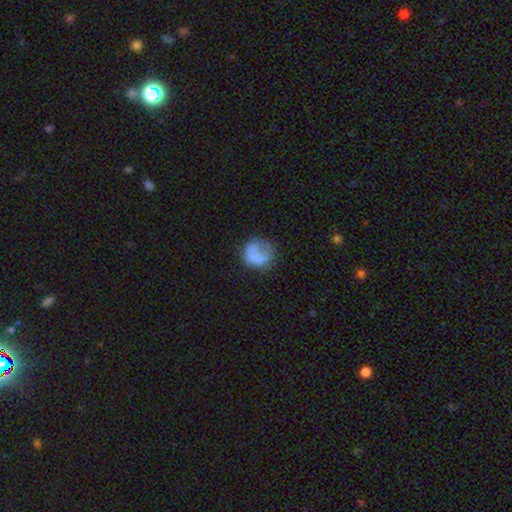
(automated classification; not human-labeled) smooth_or_featured: smooth (p=0.70) [alt: featured or disk p=0.21]
how_rounded: round (p=0.77) [alt: in between p=0.21]
merging: none (p=0.46) [alt: major disturbance p=0.26]